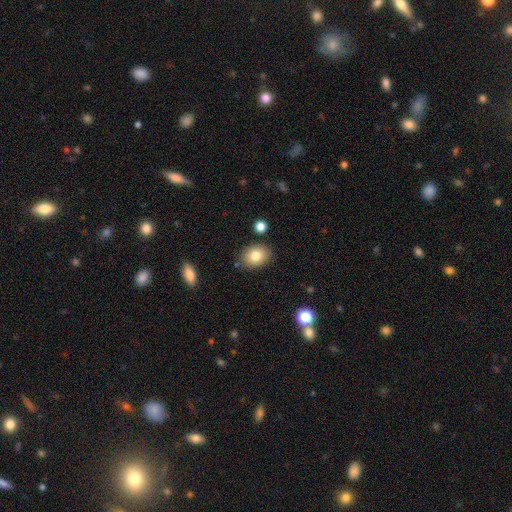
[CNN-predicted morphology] smooth-or-featured: smooth: 81% | featured or disk: 10% | star or artifact: 9%
  how-rounded: in between: 61% | round: 38% | cigar-shaped: 1%
  merging: none: 82% | minor disturbance: 11% | merger: 4% | major disturbance: 3%